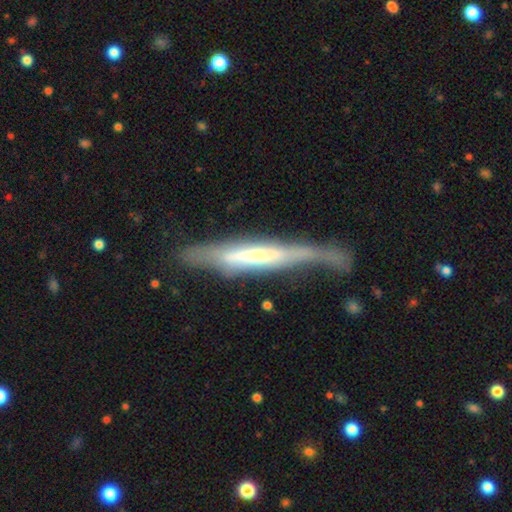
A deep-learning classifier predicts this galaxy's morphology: A featured or disk galaxy (59%) viewed edge-on (78%).

Vote fractions:
- Smooth or featured? featured or disk: 59% / smooth: 35% / star or artifact: 6%
- Edge-on disk? yes: 78% / no: 22%
- Merging? major disturbance: 33% (tied) / none: 33% (tied) / minor disturbance: 26% / merger: 8%